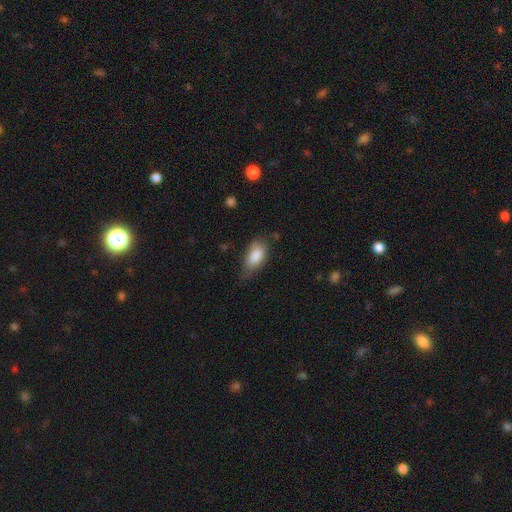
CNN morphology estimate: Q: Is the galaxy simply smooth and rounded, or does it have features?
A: smooth — 85%.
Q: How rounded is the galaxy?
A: in between — 91%.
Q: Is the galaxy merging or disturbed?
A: none — 57%.